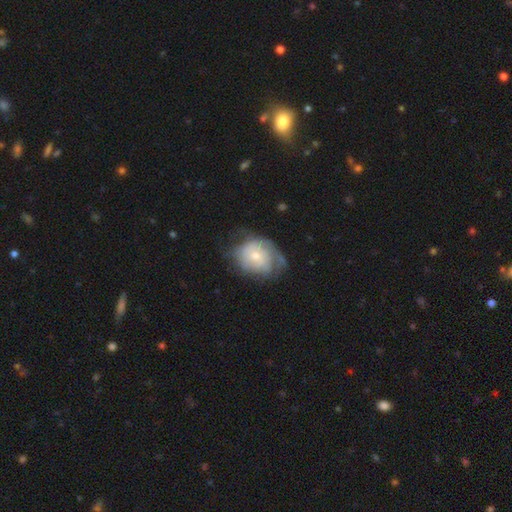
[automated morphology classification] smooth-or-featured: featured or disk: 55% | smooth: 38% | star or artifact: 7%
  disk-edge-on: no: 97% | yes: 3%
    bar: no: 80% | weak: 18% | strong: 2%
    has-spiral-arms: yes: 68% | no: 32%
    bulge-size: small: 51% | moderate: 42% | large: 4% | none: 2% | dominant: 1%
  merging: none: 43% | minor disturbance: 31% | major disturbance: 24% | merger: 2%